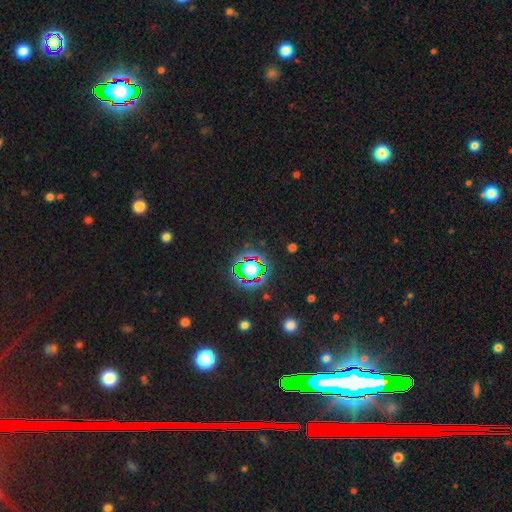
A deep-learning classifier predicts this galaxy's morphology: Smooth or featured? star or artifact (80%)